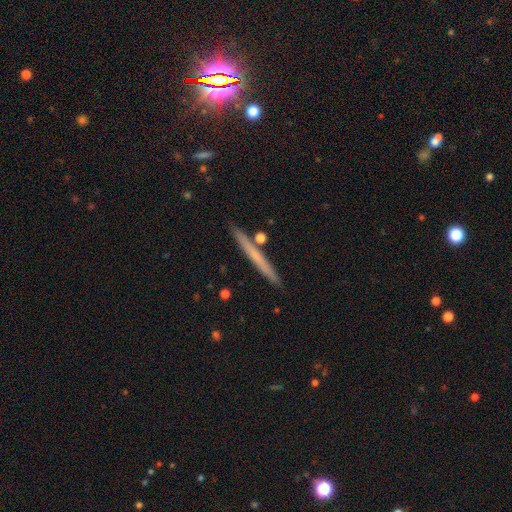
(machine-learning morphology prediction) smooth 51%, featured or disk 42%, star or artifact 7%. Down the decision tree: how rounded — cigar-shaped (97%); merging — none (89%).